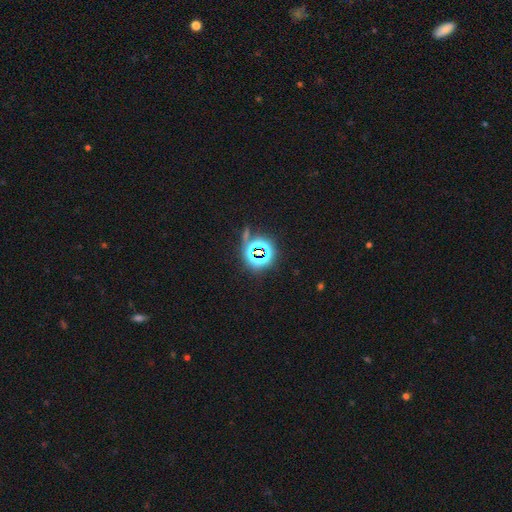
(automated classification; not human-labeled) star or artifact 82%, smooth 11%, featured or disk 7%.